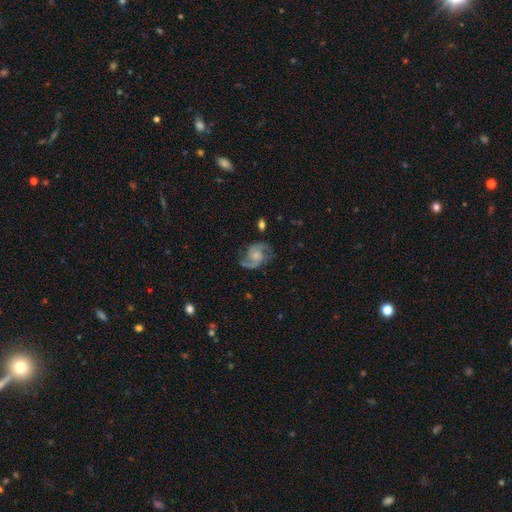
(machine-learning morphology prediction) Smooth or featured? Predicted: featured or disk (p=0.84). Edge-on disk? Predicted: no (p=0.98). Bar? Predicted: no (p=0.64). Spiral arms? Predicted: yes (p=0.96). Spiral winding? Predicted: medium (p=0.53). Spiral arm count? Predicted: 2 (p=0.90). Bulge size? Predicted: small (p=0.42). Merging? Predicted: none (p=0.71).